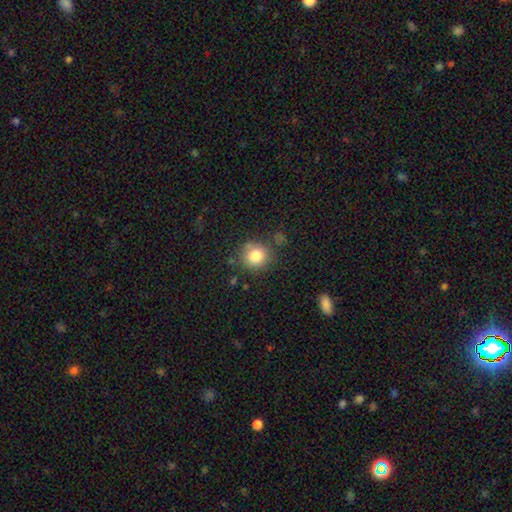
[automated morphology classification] A smooth galaxy with no disk features (83%) that is round (88%).

Vote fractions:
- Smooth or featured? smooth: 83% / star or artifact: 10% / featured or disk: 7%
- How rounded? round: 88% / in between: 11% / cigar-shaped: 1%
- Merging? none: 77% / minor disturbance: 14% / major disturbance: 5% / merger: 4%